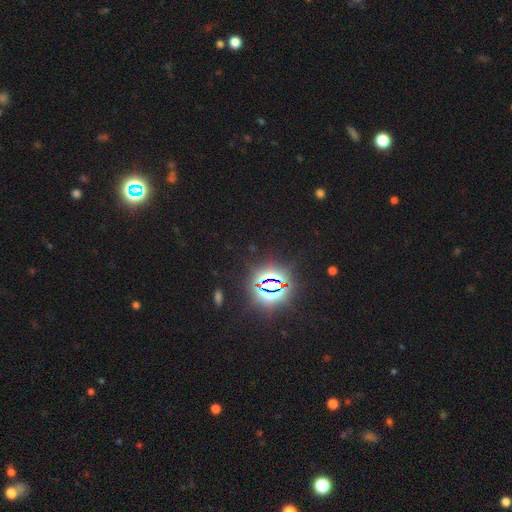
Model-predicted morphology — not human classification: Q: Smooth or featured?
A: star or artifact (86%); runner-up: smooth (9%)